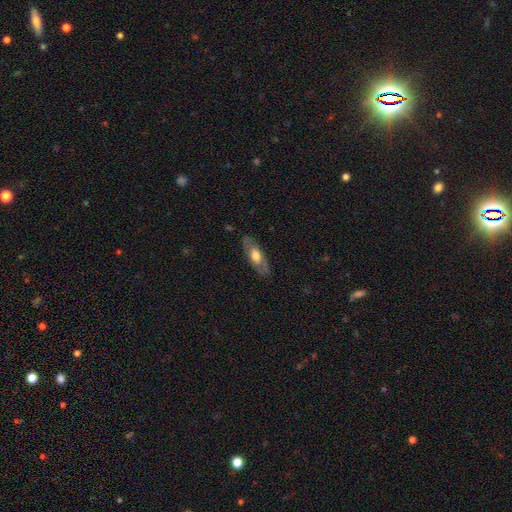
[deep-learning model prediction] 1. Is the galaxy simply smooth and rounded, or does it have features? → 49% smooth, 45% featured or disk, 6% star or artifact.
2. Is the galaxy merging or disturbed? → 81% none, 14% minor disturbance, 4% major disturbance, 1% merger.